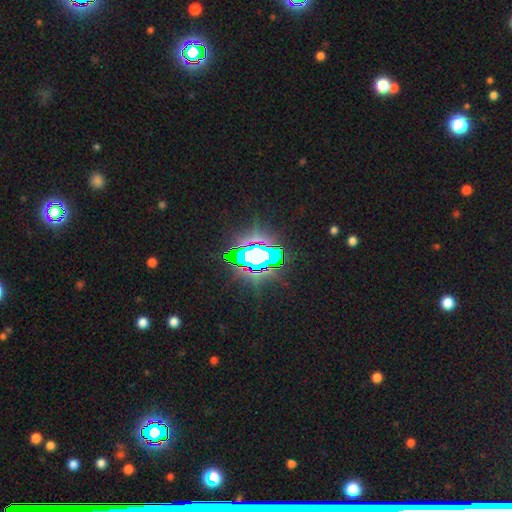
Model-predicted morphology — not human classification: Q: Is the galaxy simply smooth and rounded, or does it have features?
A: star or artifact — 70%.